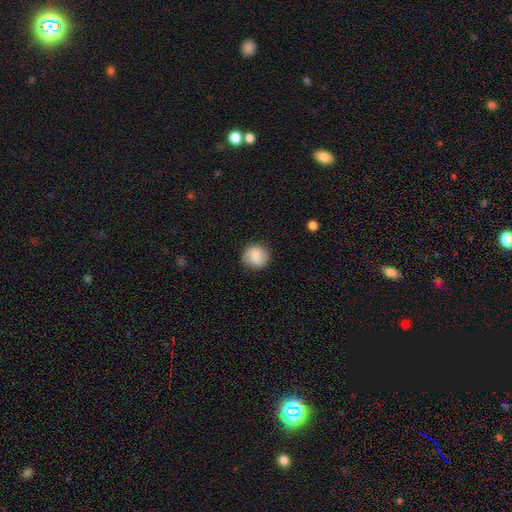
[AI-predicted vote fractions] A smooth galaxy with no disk features (75%) that is round (88%).

Vote fractions:
- Smooth or featured? smooth: 75% / featured or disk: 17% / star or artifact: 8%
- How rounded? round: 88% / in between: 11% / cigar-shaped: 1%
- Merging? none: 84% / minor disturbance: 12% / major disturbance: 3% / merger: 1%